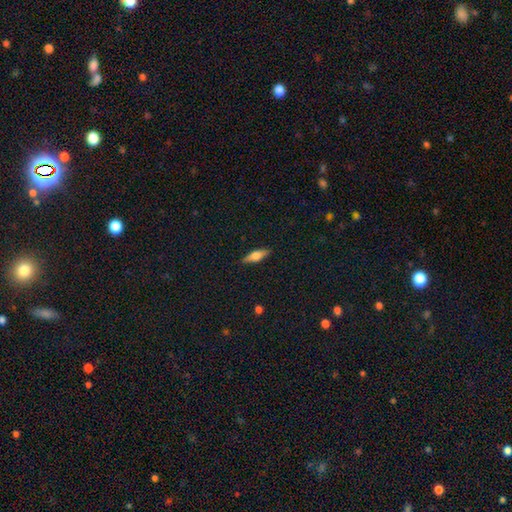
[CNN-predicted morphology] smooth_or_featured: smooth (p=0.58) [alt: featured or disk p=0.35]
how_rounded: cigar-shaped (p=0.53) [alt: in between p=0.44]
merging: none (p=0.88) [alt: minor disturbance p=0.09]